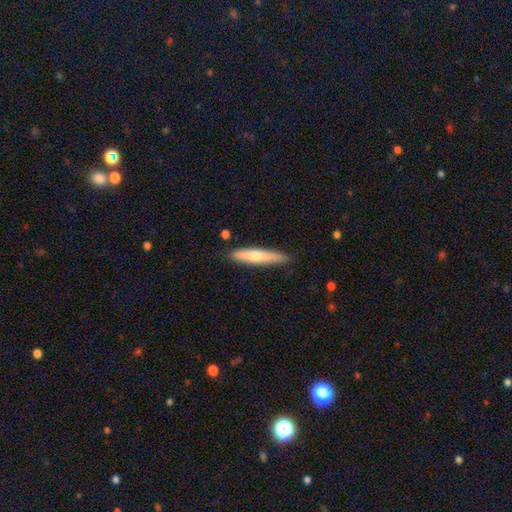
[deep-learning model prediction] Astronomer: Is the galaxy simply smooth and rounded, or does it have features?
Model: smooth — 65%.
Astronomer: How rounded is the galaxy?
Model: cigar-shaped — 88%.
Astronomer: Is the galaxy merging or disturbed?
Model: none — 85%.